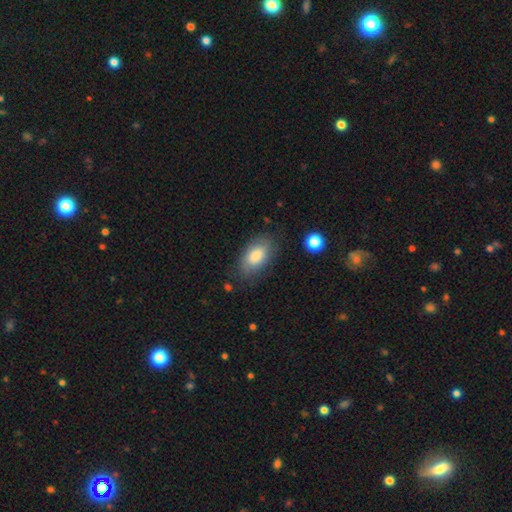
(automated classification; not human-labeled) The model was most divided on "merging": none: 77%, minor disturbance: 16%, major disturbance: 5%, merger: 2%. More confident: how rounded — in between (92%); smooth or featured — smooth (81%).